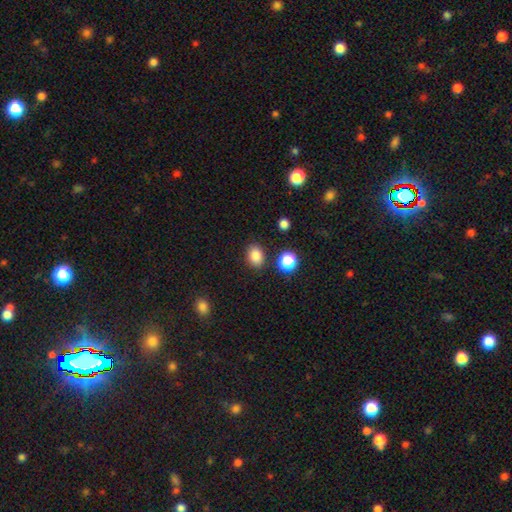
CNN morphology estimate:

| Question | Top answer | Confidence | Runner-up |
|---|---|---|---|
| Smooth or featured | smooth | 84% | star or artifact (11%) |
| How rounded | in between | 63% | round (36%) |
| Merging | none | 85% | minor disturbance (9%) |